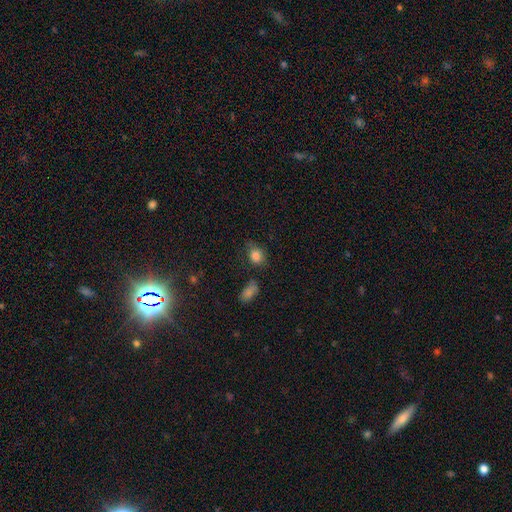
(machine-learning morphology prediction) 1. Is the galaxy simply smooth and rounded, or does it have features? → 83% smooth, 10% star or artifact, 7% featured or disk.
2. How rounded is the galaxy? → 51% in between, 48% round, 2% cigar-shaped.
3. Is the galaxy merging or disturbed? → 66% none, 24% minor disturbance, 6% major disturbance, 4% merger.